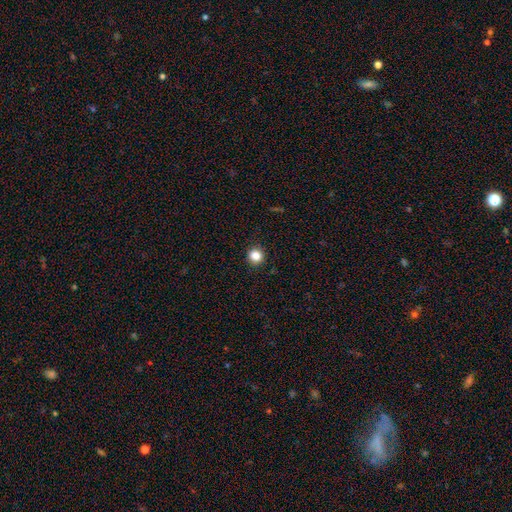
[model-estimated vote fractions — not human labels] This appears to be a smooth galaxy with no disk features (84%) that is round (94%). Merging: none (92%).